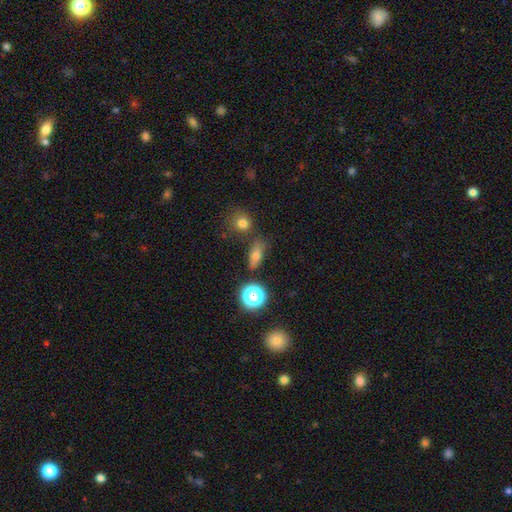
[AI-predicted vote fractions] Smooth or featured?
  - smooth: 62% *
  - star or artifact: 20%
  - featured or disk: 18%
How rounded?
  - in between: 57% *
  - cigar-shaped: 23%
  - round: 20%
Merging?
  - none: 76% *
  - minor disturbance: 13%
  - merger: 7%
  - major disturbance: 4%